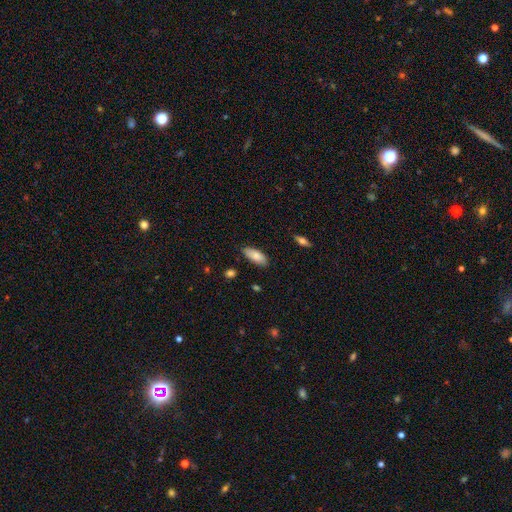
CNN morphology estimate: Overall: smooth (82%). How rounded: in between (81%). Merging: none (83%).